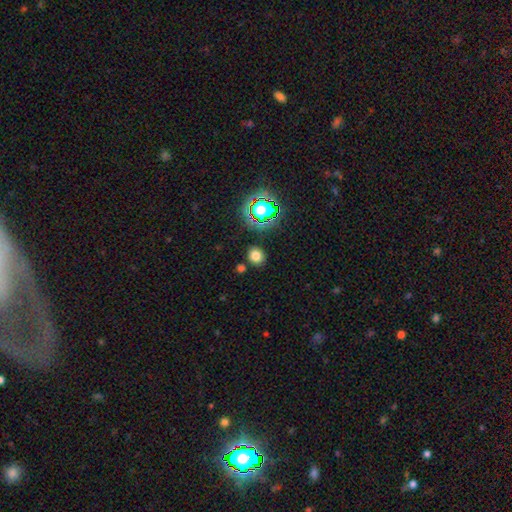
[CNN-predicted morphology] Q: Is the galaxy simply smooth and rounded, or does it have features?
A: smooth — 74%.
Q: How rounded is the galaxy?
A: round — 73%.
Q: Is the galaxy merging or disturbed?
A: none — 82%.